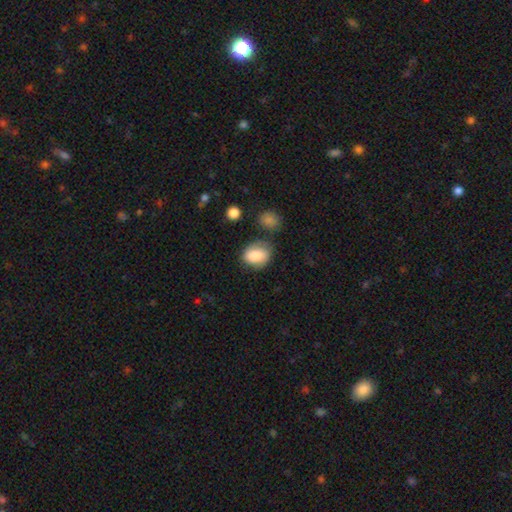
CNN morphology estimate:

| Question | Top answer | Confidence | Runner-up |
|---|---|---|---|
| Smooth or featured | smooth | 82% | featured or disk (10%) |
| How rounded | in between | 67% | round (32%) |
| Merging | none | 63% | minor disturbance (23%) |